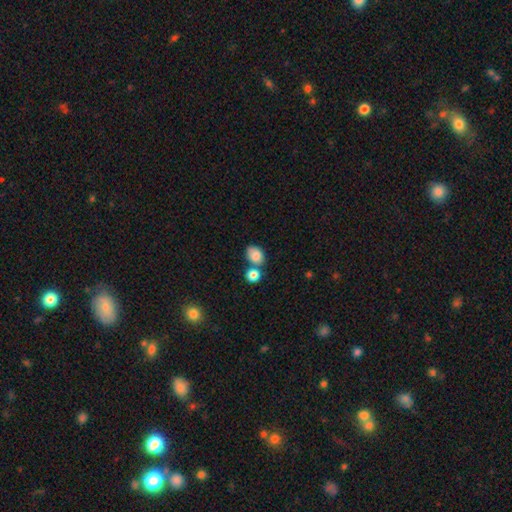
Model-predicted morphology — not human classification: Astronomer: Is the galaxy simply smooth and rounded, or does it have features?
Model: smooth — 83%.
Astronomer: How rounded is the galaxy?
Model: in between — 63%.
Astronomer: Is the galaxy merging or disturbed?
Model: none — 45% (runner-up: merger, 34%).